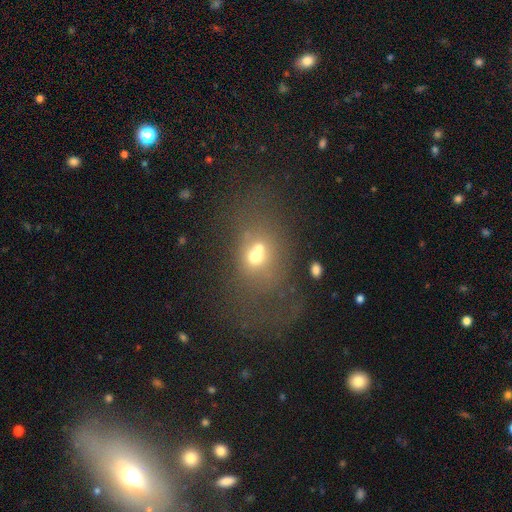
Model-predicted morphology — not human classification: Overall: smooth (52%; featured or disk 28%). How rounded: round (51%; in between 47%). Merging: merger (49%; none 29%).